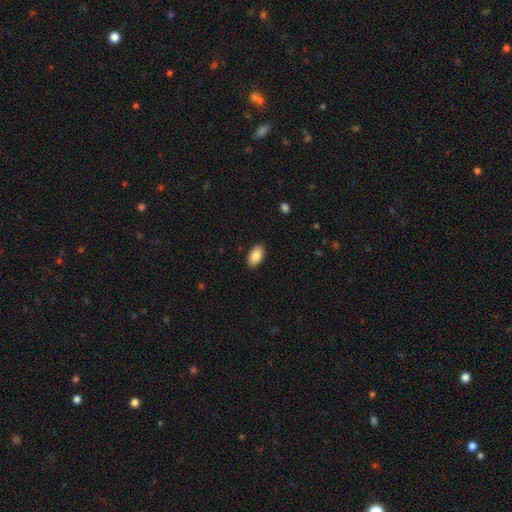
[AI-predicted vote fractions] Overall: smooth (88%). How rounded: in between (95%). Merging: none (88%).